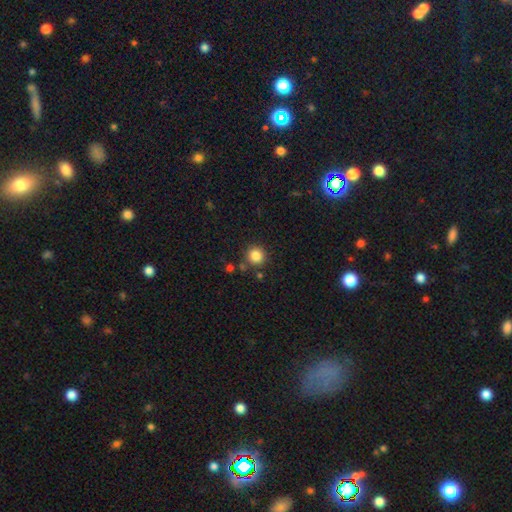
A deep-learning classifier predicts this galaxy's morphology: smooth-or-featured: smooth: 84% | star or artifact: 11% | featured or disk: 5%
  how-rounded: round: 92% | in between: 7% | cigar-shaped: 1%
  merging: none: 83% | minor disturbance: 8% | merger: 6% | major disturbance: 3%